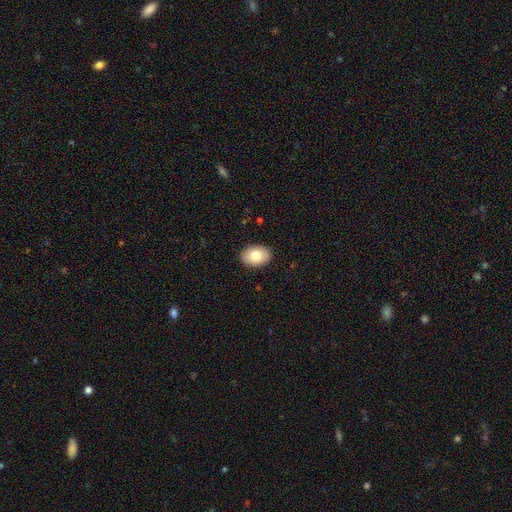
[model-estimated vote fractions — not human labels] smooth 81%, featured or disk 12%, star or artifact 8%. Down the decision tree: how rounded — in between (78%); merging — none (90%).